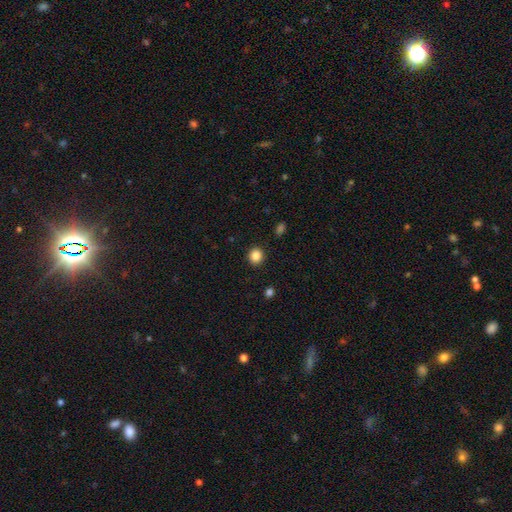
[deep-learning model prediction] Smooth or featured?
  - smooth: 86% *
  - star or artifact: 10%
  - featured or disk: 4%
How rounded?
  - round: 84% *
  - in between: 15%
  - cigar-shaped: 1%
Merging?
  - none: 92% *
  - minor disturbance: 5%
  - major disturbance: 2%
  - merger: 1%